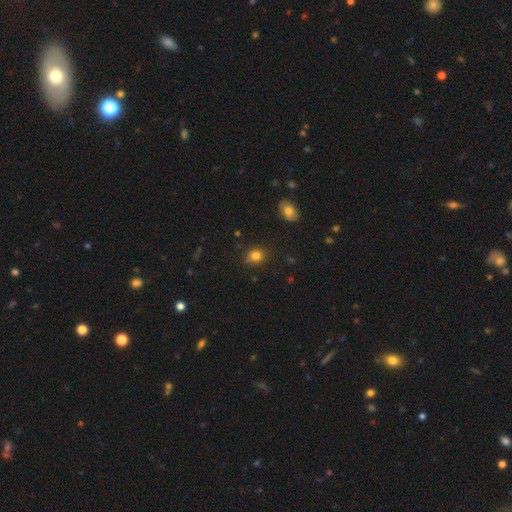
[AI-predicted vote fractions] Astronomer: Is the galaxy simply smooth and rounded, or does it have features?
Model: smooth — 80%.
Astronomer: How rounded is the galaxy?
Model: round — 61% (runner-up: in between, 37%).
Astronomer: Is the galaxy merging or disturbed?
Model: none — 75%.